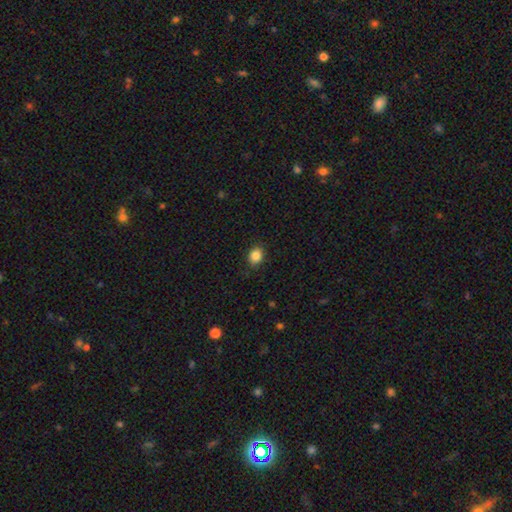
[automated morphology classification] Overall: smooth (86%). How rounded: round (53%; in between 46%). Merging: none (87%).